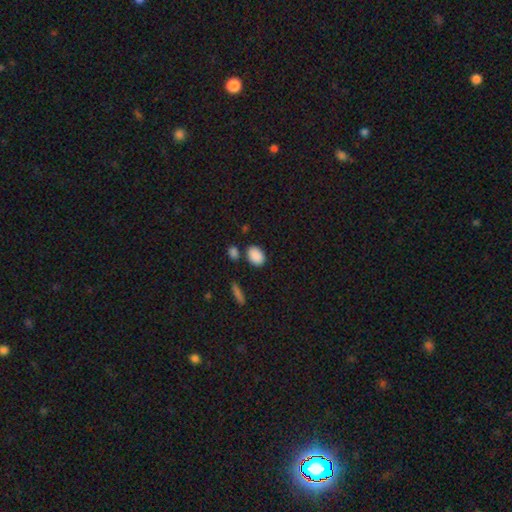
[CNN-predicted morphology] The model was most divided on "how rounded": in between: 80%, round: 19%, cigar-shaped: 2%. More confident: smooth or featured — smooth (88%); merging — none (78%).